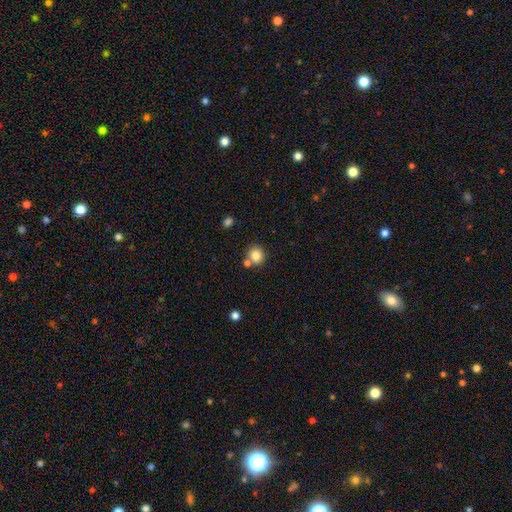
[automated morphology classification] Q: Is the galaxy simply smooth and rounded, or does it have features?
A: smooth — 82%.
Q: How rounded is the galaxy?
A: round — 86%.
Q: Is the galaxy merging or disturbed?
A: none — 70%.